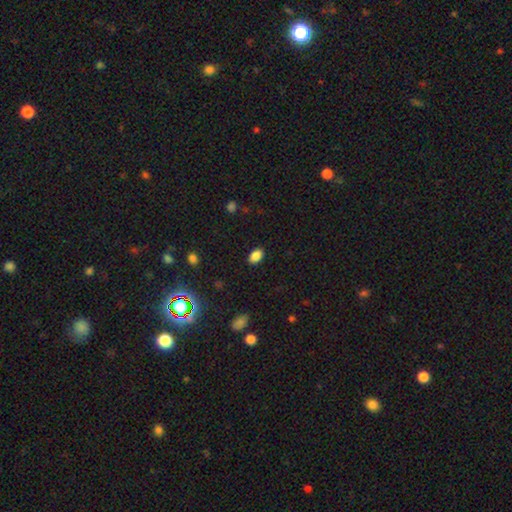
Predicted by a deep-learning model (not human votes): Morphology: type=smooth (85%); roundness=in between (89%); merging=none (88%).